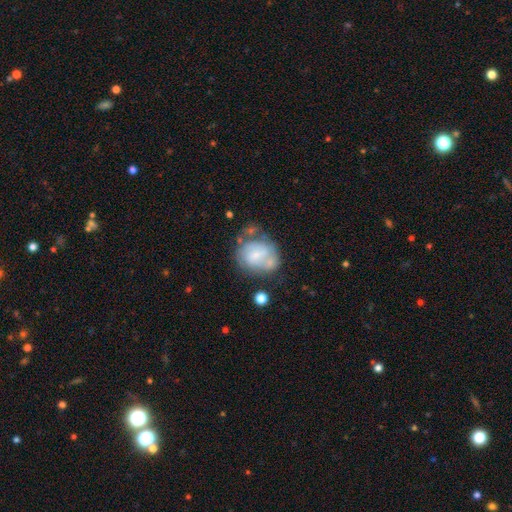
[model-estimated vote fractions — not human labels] Smooth or featured? featured or disk (52%)
Edge-on disk? no (97%)
Bar? no (55%)
Spiral arms? yes (59%)
Bulge size? small (52%)
Merging? none (39%)